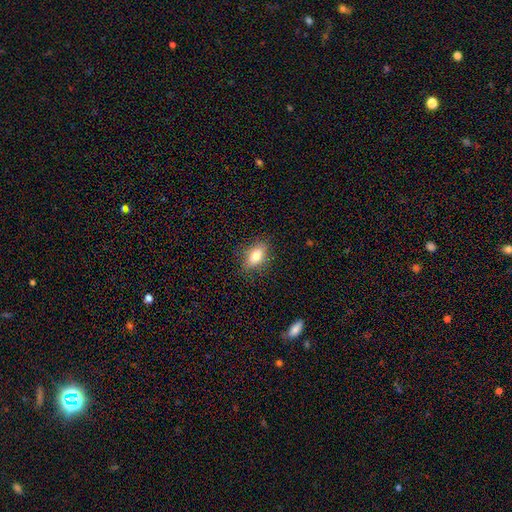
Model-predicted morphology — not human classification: Smooth or featured? smooth (74%)
How rounded? in between (78%)
Merging? none (82%)